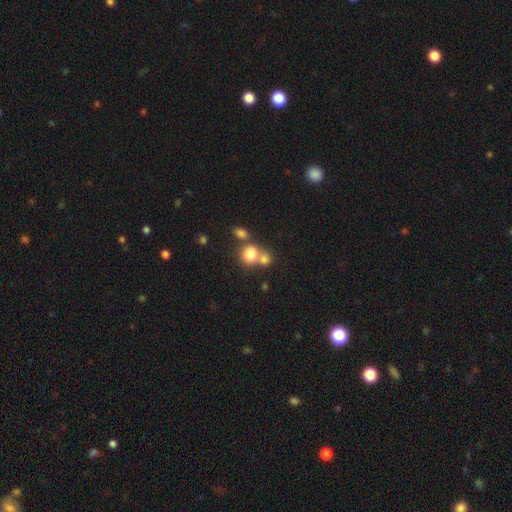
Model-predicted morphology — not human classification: This is likely a smooth galaxy (70%). How rounded: clearly round (81%). Merging: possibly none (49%).